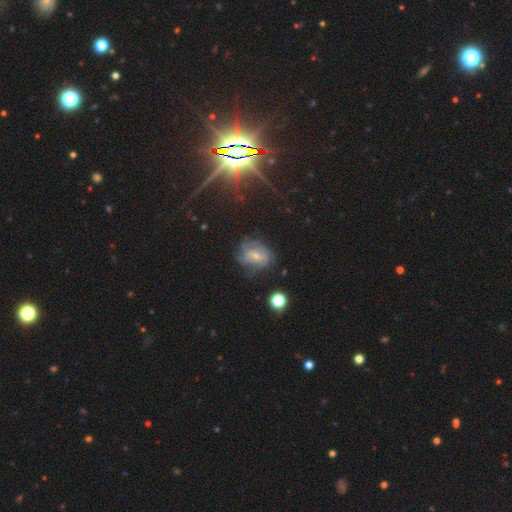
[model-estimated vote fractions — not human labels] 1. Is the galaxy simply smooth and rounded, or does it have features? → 63% featured or disk, 23% smooth, 14% star or artifact.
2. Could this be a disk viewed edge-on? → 96% no, 4% yes.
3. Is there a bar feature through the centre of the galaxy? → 58% no, 35% weak, 8% strong.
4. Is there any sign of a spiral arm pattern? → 80% yes, 20% no.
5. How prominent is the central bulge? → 64% small, 31% moderate, 2% none, 2% large, 1% dominant.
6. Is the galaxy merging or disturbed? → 56% none, 24% minor disturbance, 18% major disturbance, 2% merger.